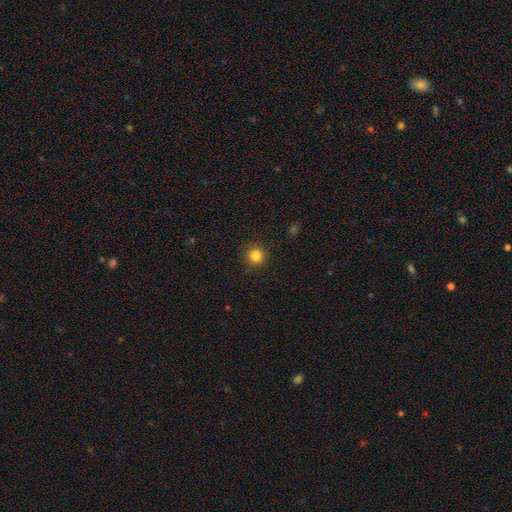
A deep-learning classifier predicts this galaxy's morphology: type=smooth (83%); roundness=round (94%); merging=none (92%).